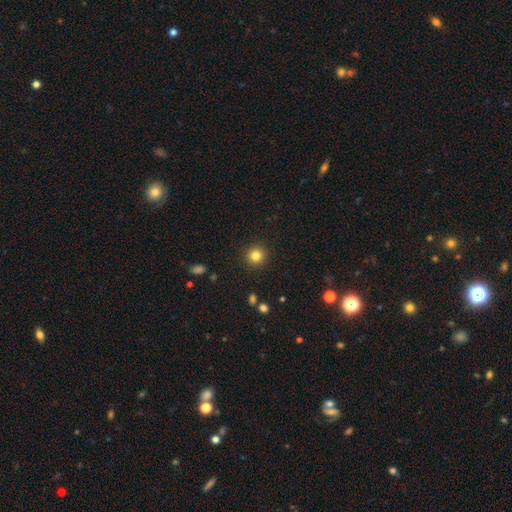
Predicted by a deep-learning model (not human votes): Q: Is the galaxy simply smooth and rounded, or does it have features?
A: smooth — 82%.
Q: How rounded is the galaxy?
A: round — 94%.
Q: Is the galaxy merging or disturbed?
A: none — 91%.